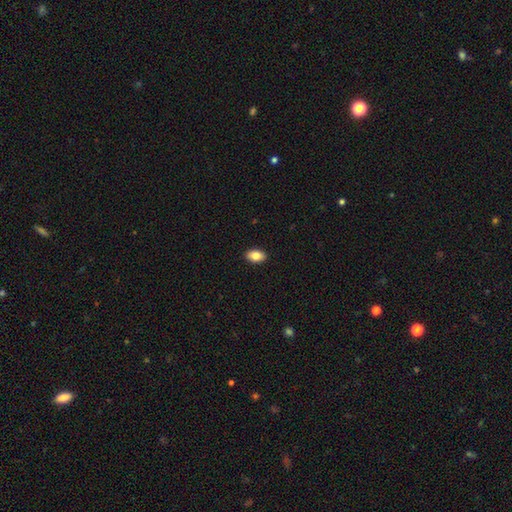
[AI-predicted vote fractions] Overall: smooth (84%). How rounded: in between (90%). Merging: none (91%).